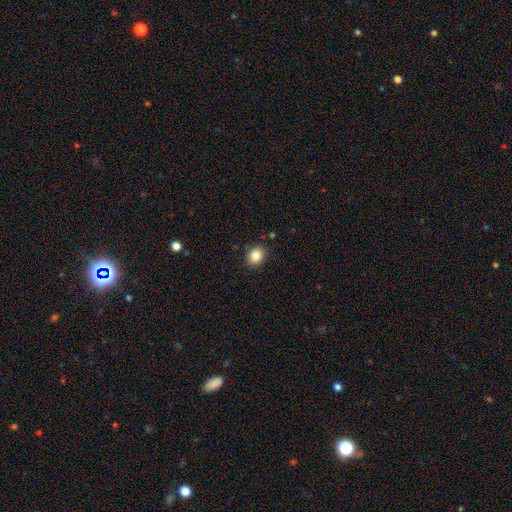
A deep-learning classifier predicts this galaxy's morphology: A smooth galaxy with no disk features (84%) that is round (67%).

Vote fractions:
- Smooth or featured? smooth: 84% / star or artifact: 10% / featured or disk: 6%
- How rounded? round: 67% / in between: 32% / cigar-shaped: 1%
- Merging? none: 88% / minor disturbance: 9% / major disturbance: 2% / merger: 2%